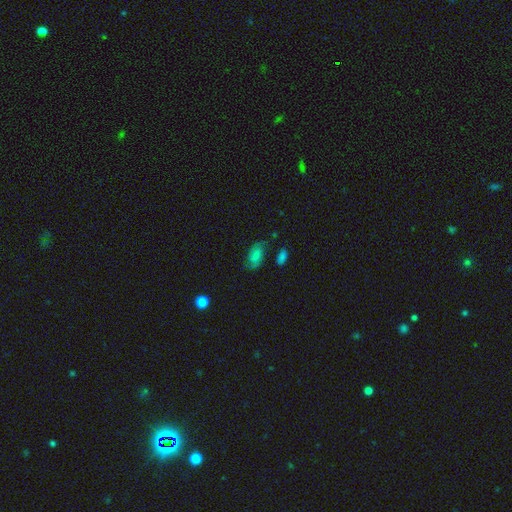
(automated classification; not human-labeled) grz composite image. It shows a featured or disk galaxy (45%). Merging: none (64%).